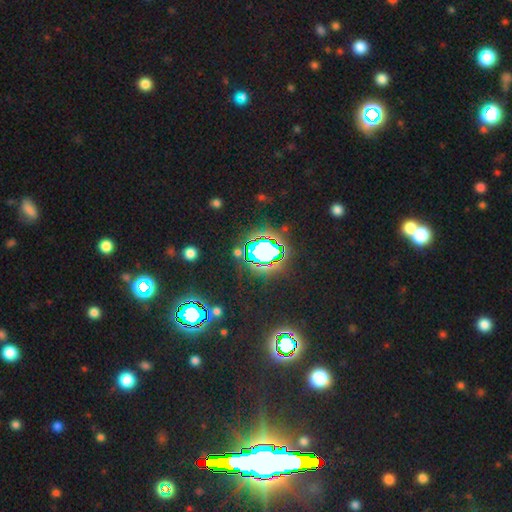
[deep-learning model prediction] Q: Smooth or featured?
A: star or artifact (82%); runner-up: smooth (11%)